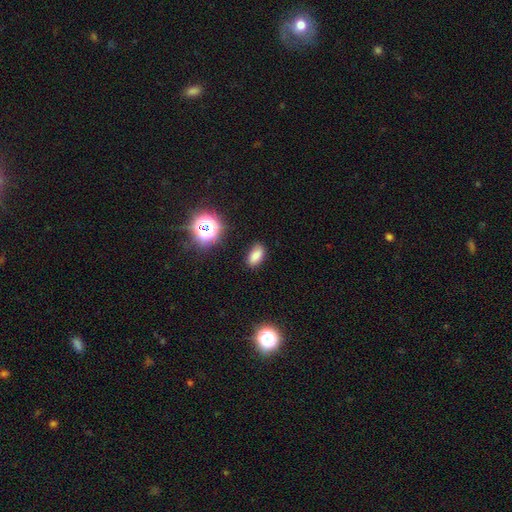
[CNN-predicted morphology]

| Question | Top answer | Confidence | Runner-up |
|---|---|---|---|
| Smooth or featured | smooth | 79% | star or artifact (15%) |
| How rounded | in between | 89% | round (8%) |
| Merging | none | 83% | minor disturbance (13%) |